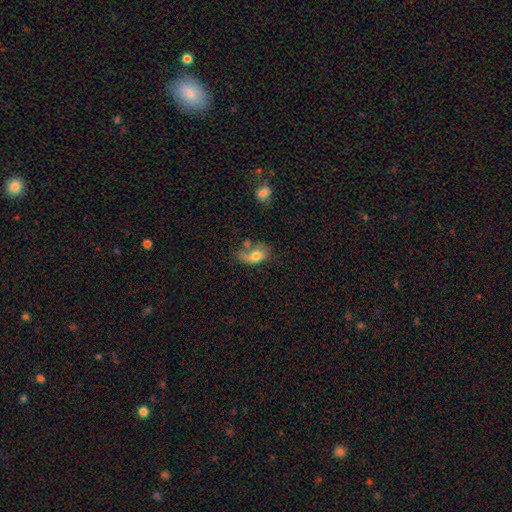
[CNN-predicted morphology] Smooth or featured?
  - smooth: 67% *
  - featured or disk: 24%
  - star or artifact: 9%
How rounded?
  - in between: 84% *
  - round: 13%
  - cigar-shaped: 3%
Merging?
  - none: 31% *
  - minor disturbance: 25%
  - major disturbance: 23%
  - merger: 20%